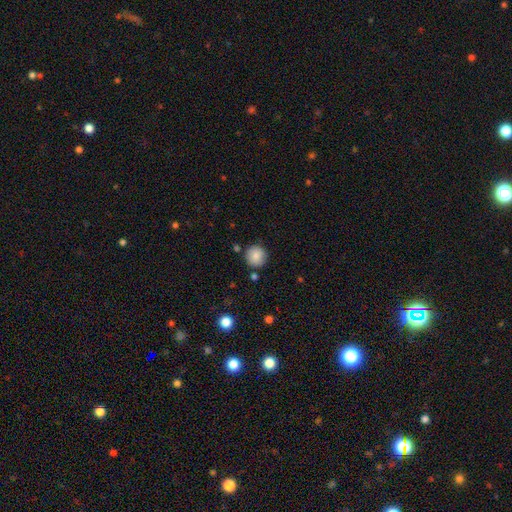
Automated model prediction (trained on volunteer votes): Smooth or featured?
  - smooth: 86% *
  - star or artifact: 8%
  - featured or disk: 6%
How rounded?
  - round: 95% *
  - in between: 4%
  - cigar-shaped: 1%
Merging?
  - none: 85% *
  - minor disturbance: 9%
  - merger: 4%
  - major disturbance: 2%